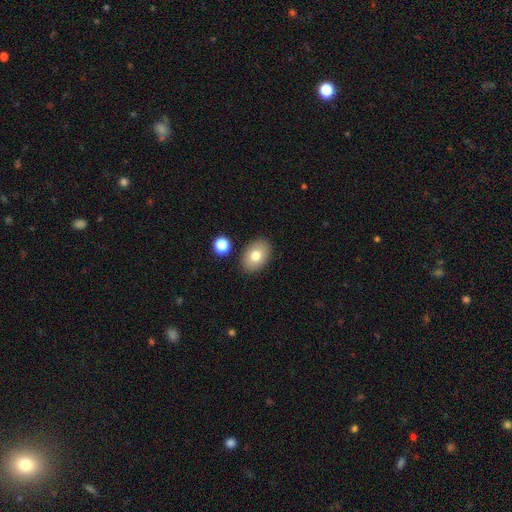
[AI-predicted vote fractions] The model was most divided on "smooth or featured": smooth: 78%, featured or disk: 14%, star or artifact: 9%. More confident: merging — none (86%); how rounded — in between (82%).